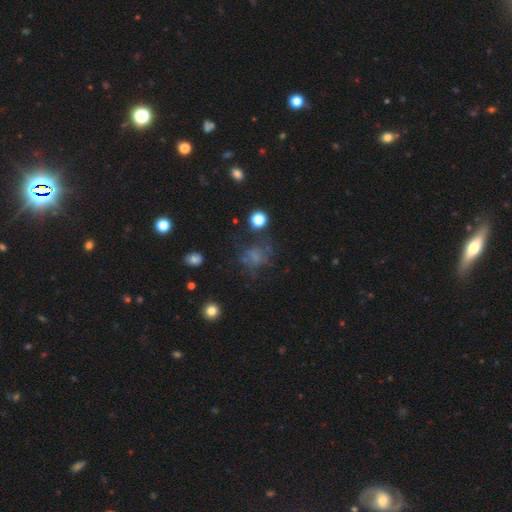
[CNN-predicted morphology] Smooth or featured? Predicted: smooth (p=0.49). Merging? Predicted: none (p=0.48).